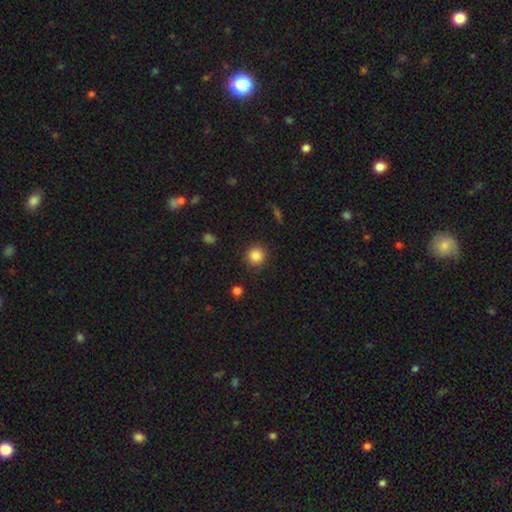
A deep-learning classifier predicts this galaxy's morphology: type=smooth (86%); roundness=round (93%); merging=none (89%).